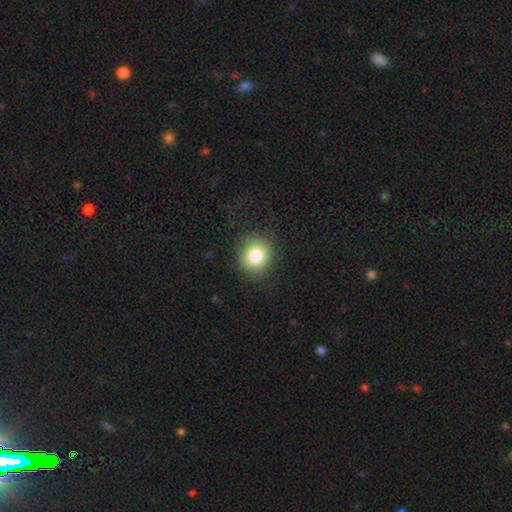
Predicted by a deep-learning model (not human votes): Smooth or featured? Predicted: smooth (p=0.80). How rounded? Predicted: round (p=0.82). Merging? Predicted: none (p=0.86).